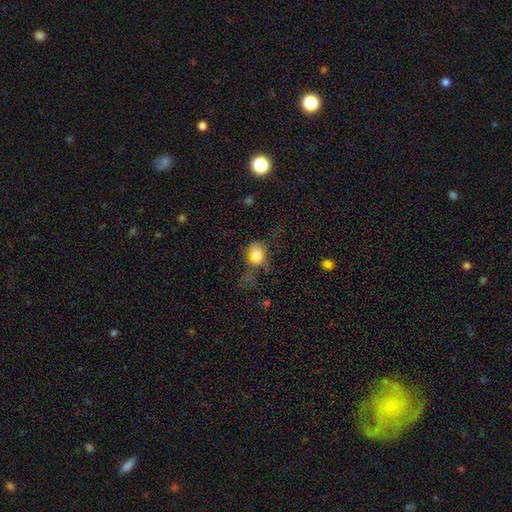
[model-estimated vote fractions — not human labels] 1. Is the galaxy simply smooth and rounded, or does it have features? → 73% smooth, 15% featured or disk, 12% star or artifact.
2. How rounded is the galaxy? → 51% in between, 46% round, 3% cigar-shaped.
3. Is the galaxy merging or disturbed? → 38% major disturbance, 32% none, 25% minor disturbance, 5% merger.